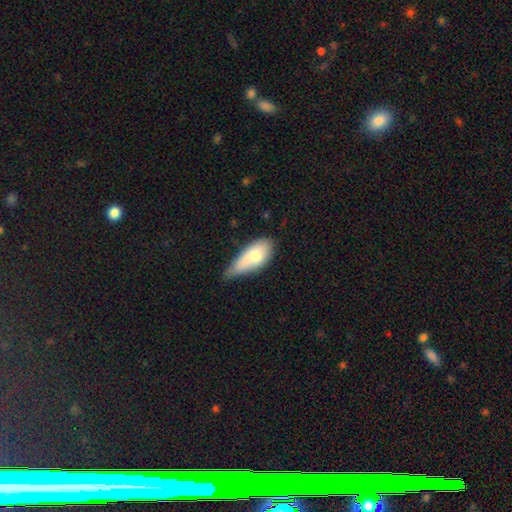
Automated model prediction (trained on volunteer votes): smooth 73%, featured or disk 20%, star or artifact 7%. Down the decision tree: how rounded — in between (83%); merging — minor disturbance (45%).